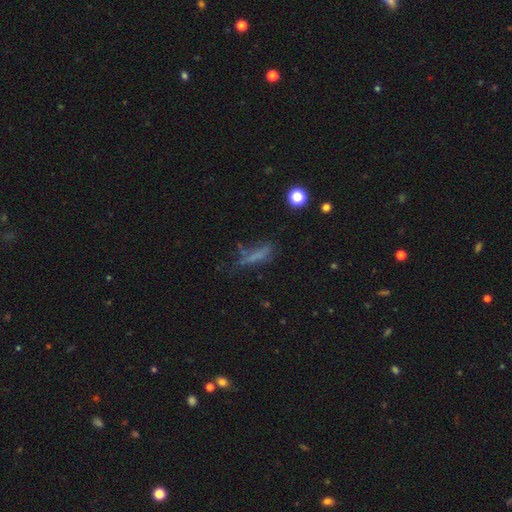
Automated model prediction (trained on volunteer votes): smooth_or_featured: smooth (p=0.52) [alt: featured or disk p=0.27]
how_rounded: cigar-shaped (p=0.65) [alt: in between p=0.30]
merging: none (p=0.48) [alt: minor disturbance p=0.24]